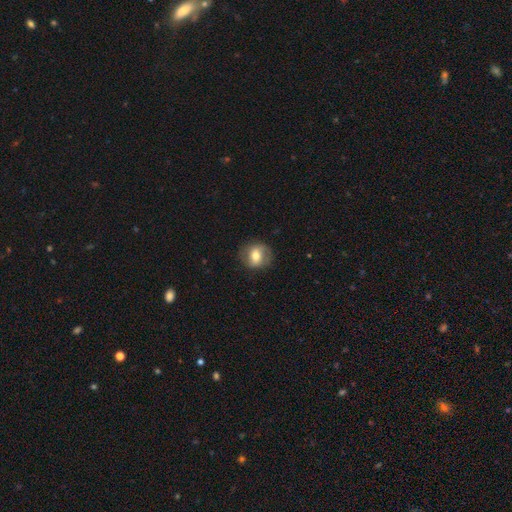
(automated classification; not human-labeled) This is possibly a smooth galaxy (60%). How rounded: likely round (69%). Merging: likely none (80%).